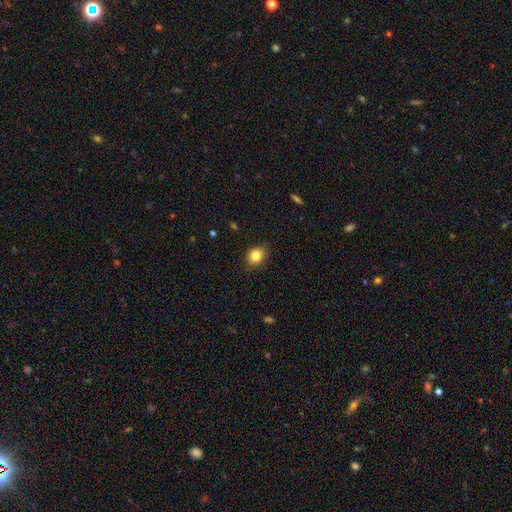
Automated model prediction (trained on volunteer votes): This appears to be a smooth galaxy with no disk features (84%) that is round (64%). Merging: none (84%).